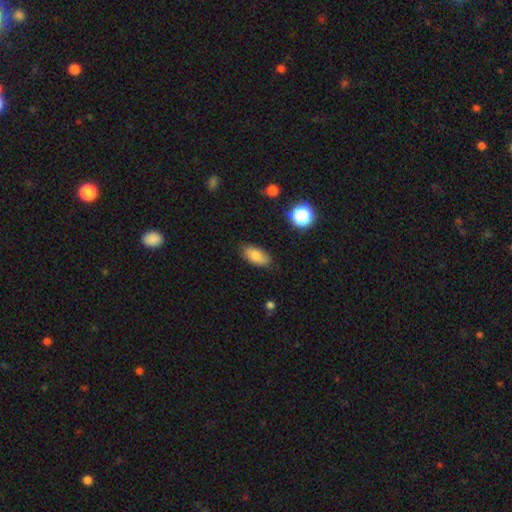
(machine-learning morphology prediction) Q: Smooth or featured?
A: smooth (84%); runner-up: star or artifact (9%)
Q: How rounded?
A: in between (89%); runner-up: cigar-shaped (6%)
Q: Merging?
A: none (84%); runner-up: minor disturbance (12%)